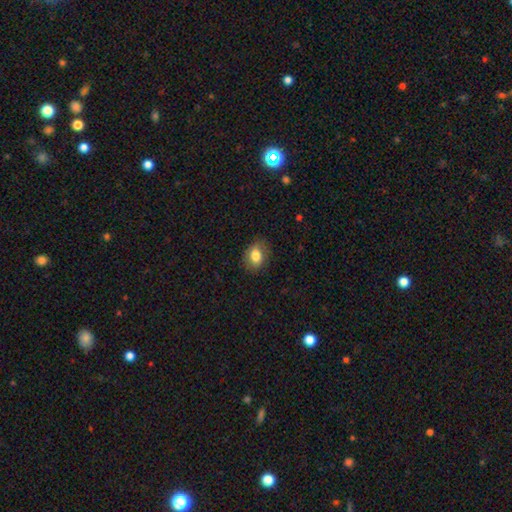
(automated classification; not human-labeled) smooth 79%, featured or disk 13%, star or artifact 8%. Down the decision tree: how rounded — in between (71%); merging — none (79%).